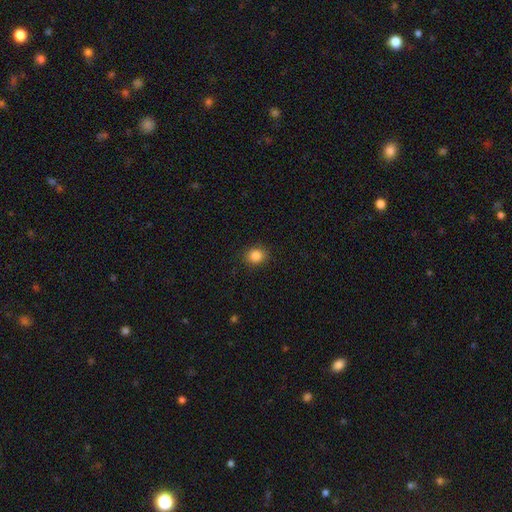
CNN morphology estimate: The model was most divided on "how rounded": round: 71%, in between: 28%, cigar-shaped: 1%. More confident: merging — none (89%); smooth or featured — smooth (85%).